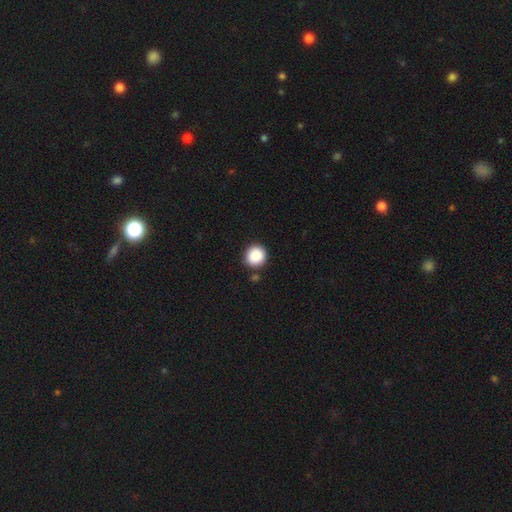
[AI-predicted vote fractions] smooth_or_featured: smooth (p=0.89) [alt: star or artifact p=0.09]
how_rounded: round (p=0.93) [alt: in between p=0.06]
merging: none (p=0.87) [alt: minor disturbance p=0.08]